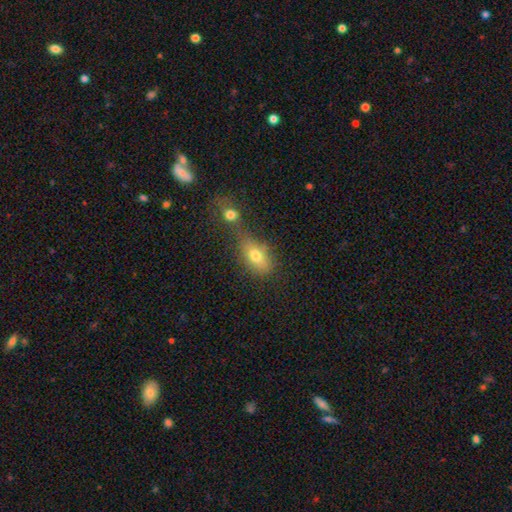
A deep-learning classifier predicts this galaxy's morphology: Smooth or featured? Predicted: smooth (p=0.74). How rounded? Predicted: in between (p=0.79). Merging? Predicted: merger (p=0.42).